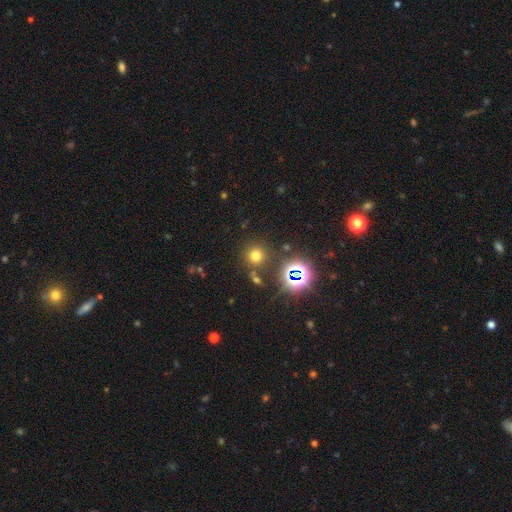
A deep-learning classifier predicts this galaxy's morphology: A smooth galaxy with no disk features (64%) that is round (92%). Merging: none (82%).